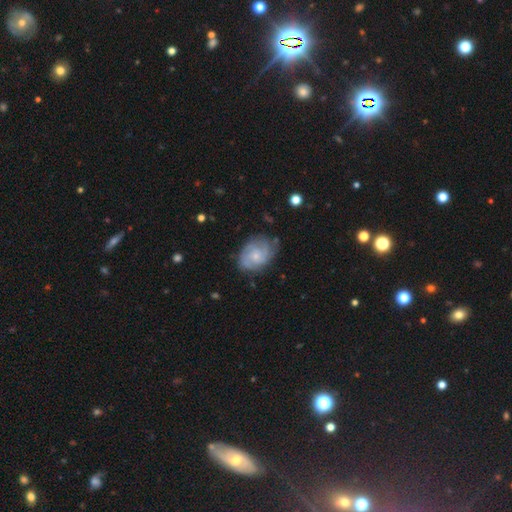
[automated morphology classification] Smooth or featured: featured or disk — 67% (smooth — 26%)
Edge-on disk: no — 97% (yes — 3%)
Bar: no — 74% (weak — 24%)
Spiral arms: yes — 90% (no — 10%)
Spiral winding: tight — 52% (medium — 36%)
Spiral arm count: can't tell — 34% (2 — 28%)
Bulge size: small — 69% (moderate — 22%)
Merging: none — 67% (minor disturbance — 23%)